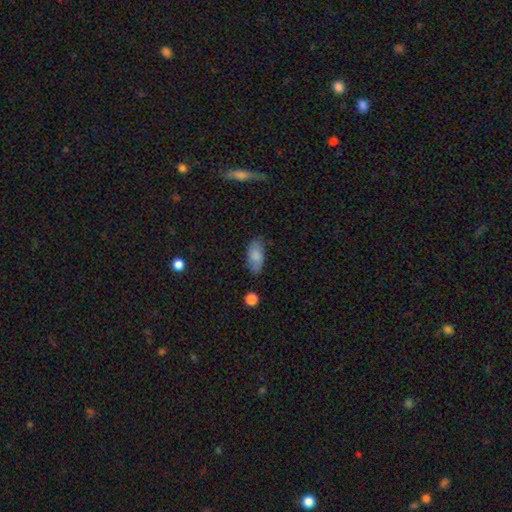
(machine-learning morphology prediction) Smooth or featured: smooth — 81% (featured or disk — 11%)
How rounded: in between — 92% (cigar-shaped — 5%)
Merging: none — 75% (minor disturbance — 19%)